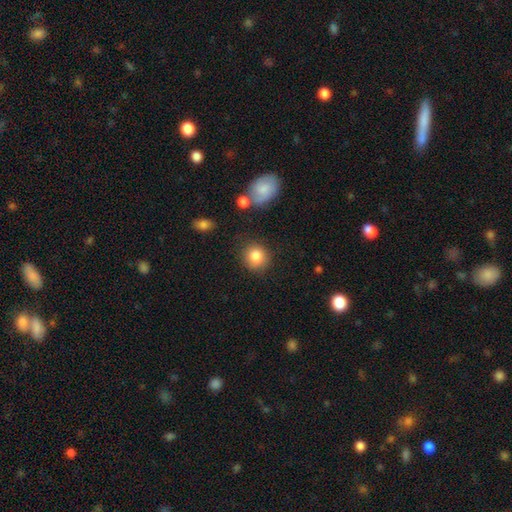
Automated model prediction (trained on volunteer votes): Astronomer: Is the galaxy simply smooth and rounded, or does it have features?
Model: smooth — 85%.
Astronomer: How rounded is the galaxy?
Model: round — 86%.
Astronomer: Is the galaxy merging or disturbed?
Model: none — 81%.